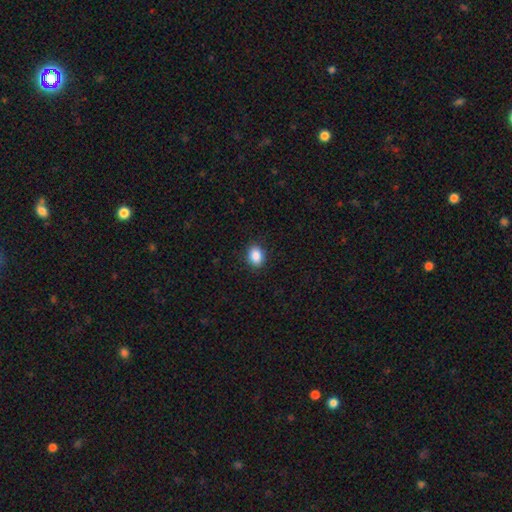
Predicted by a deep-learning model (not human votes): This appears to be a smooth galaxy with no disk features (87%) that is in between round and cigar-shaped (67%). Merging: none (90%).